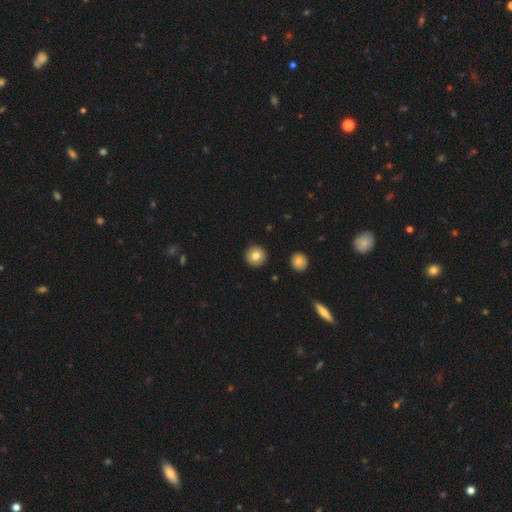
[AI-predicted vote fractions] smooth 82%, featured or disk 9%, star or artifact 9%. Down the decision tree: how rounded — round (96%); merging — none (93%).